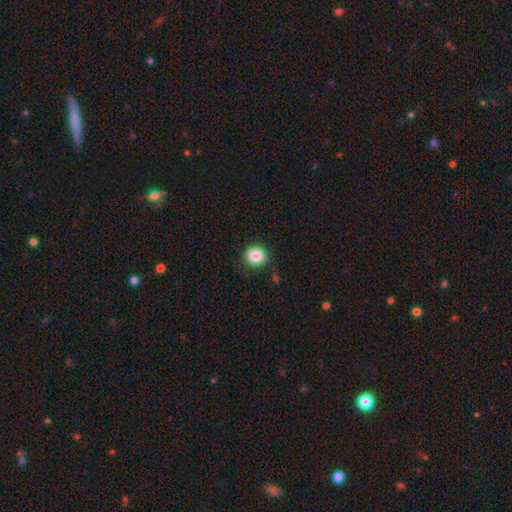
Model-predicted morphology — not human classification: A smooth galaxy with no disk features (86%) that is round (91%).

Vote fractions:
- Smooth or featured? smooth: 86% / star or artifact: 10% / featured or disk: 4%
- How rounded? round: 91% / in between: 8% / cigar-shaped: 1%
- Merging? none: 85% / minor disturbance: 10% / major disturbance: 3% / merger: 1%